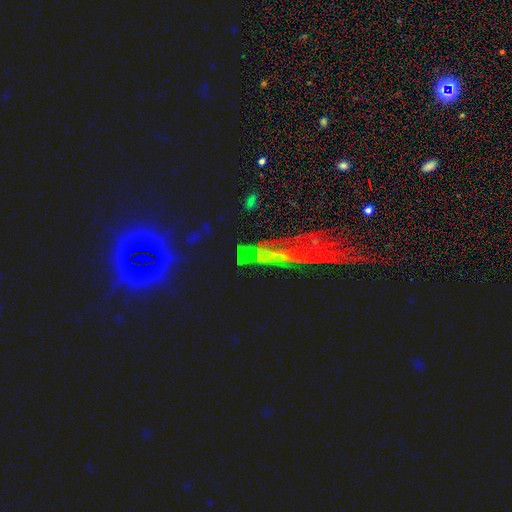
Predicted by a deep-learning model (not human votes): Smooth or featured? star or artifact (55%)